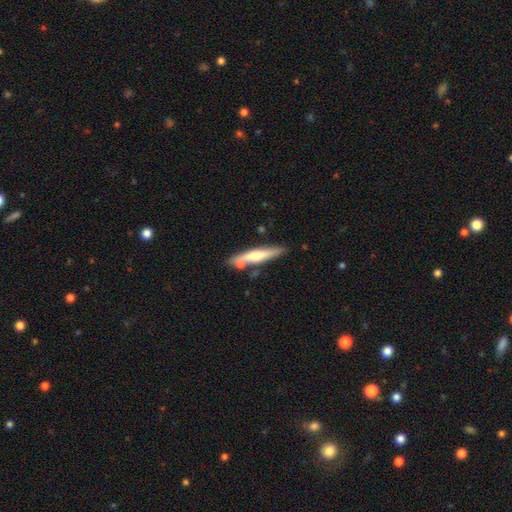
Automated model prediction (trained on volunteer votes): Smooth or featured: smooth — 56% (featured or disk — 39%)
How rounded: cigar-shaped — 88% (in between — 10%)
Merging: none — 69% (minor disturbance — 15%)